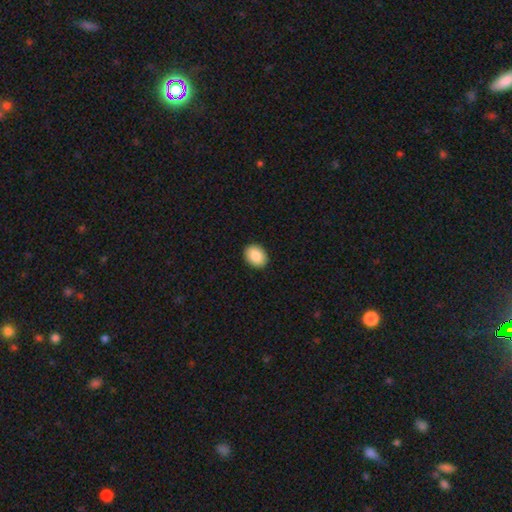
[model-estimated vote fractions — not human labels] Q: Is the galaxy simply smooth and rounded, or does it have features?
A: smooth — 88%.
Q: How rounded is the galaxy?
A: in between — 65%.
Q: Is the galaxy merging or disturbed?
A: none — 91%.